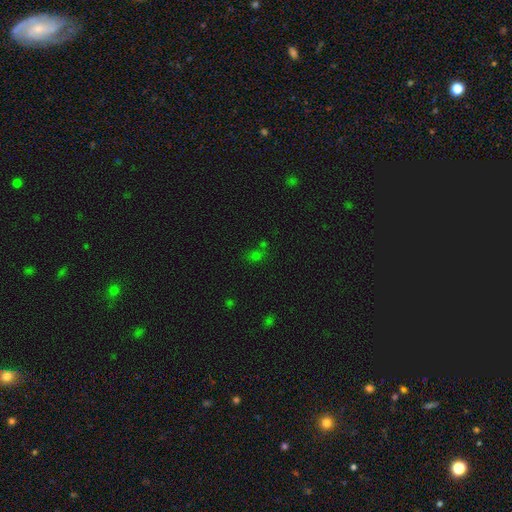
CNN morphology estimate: Smooth or featured?
  - smooth: 53% *
  - star or artifact: 38%
  - featured or disk: 9%
How rounded?
  - round: 49% * (tied)
  - in between: 49% * (tied)
  - cigar-shaped: 3%
Merging?
  - none: 51% *
  - merger: 27%
  - minor disturbance: 13%
  - major disturbance: 9%